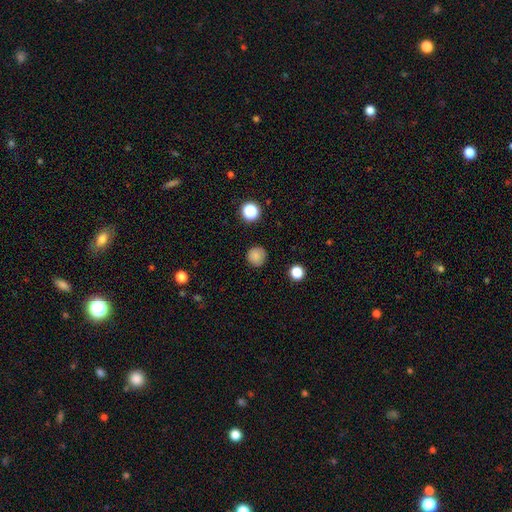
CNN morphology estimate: Smooth or featured? Predicted: smooth (p=0.83). How rounded? Predicted: round (p=0.95). Merging? Predicted: none (p=0.88).